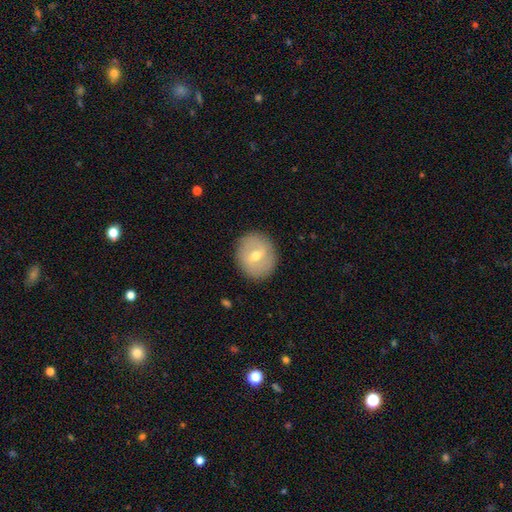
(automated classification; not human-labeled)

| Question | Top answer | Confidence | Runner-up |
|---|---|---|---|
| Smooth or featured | featured or disk | 47% | smooth (45%) |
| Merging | none | 87% | minor disturbance (9%) |